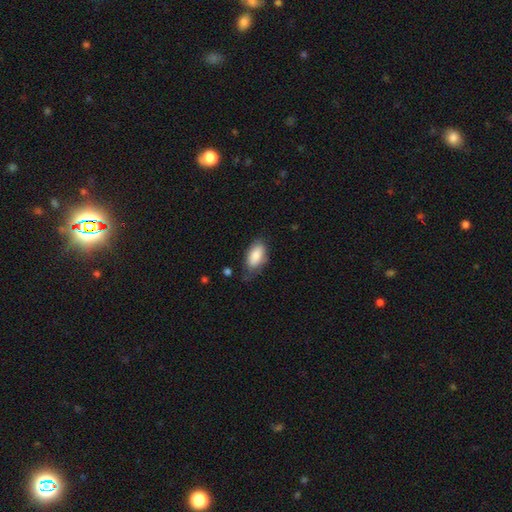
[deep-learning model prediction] This is clearly a smooth galaxy (84%). How rounded: clearly in between (92%). Merging: possibly none (60%).